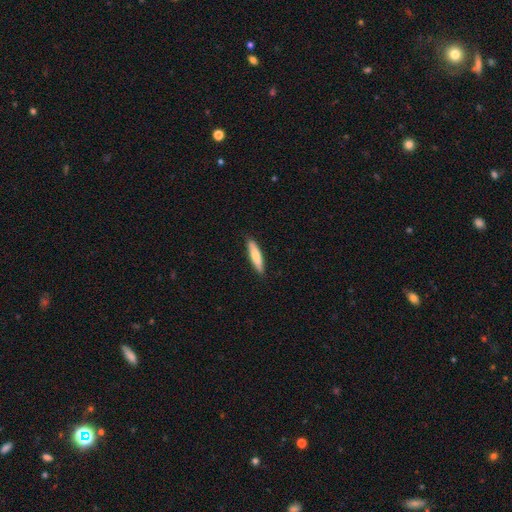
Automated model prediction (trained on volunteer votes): Overall: smooth (71%). How rounded: cigar-shaped (80%). Merging: none (89%).